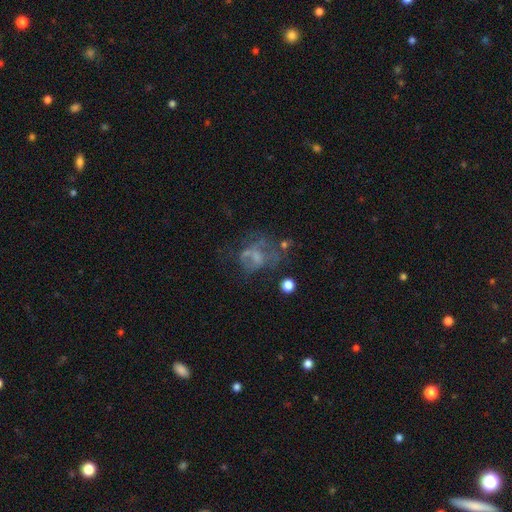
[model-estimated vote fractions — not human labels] Smooth or featured?
  - featured or disk: 53% *
  - smooth: 26%
  - star or artifact: 21%
Edge-on disk?
  - no: 97% *
  - yes: 3%
Bar?
  - no: 79% *
  - weak: 17%
  - strong: 4%
Spiral arms?
  - no: 80% *
  - yes: 20%
Bulge size?
  - none: 49% *
  - small: 28%
  - moderate: 20%
  - large: 3%
  - dominant: 1%
Merging?
  - major disturbance: 38% *
  - none: 34%
  - minor disturbance: 18%
  - merger: 11%